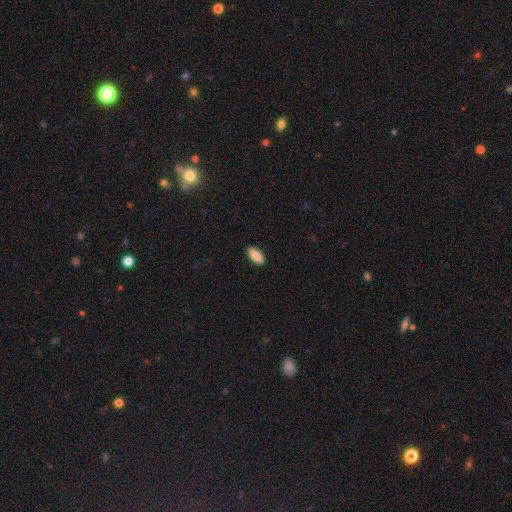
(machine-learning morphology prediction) The model was most divided on "how rounded": in between: 89%, cigar-shaped: 10%, round: 2%. More confident: merging — none (90%); smooth or featured — smooth (89%).